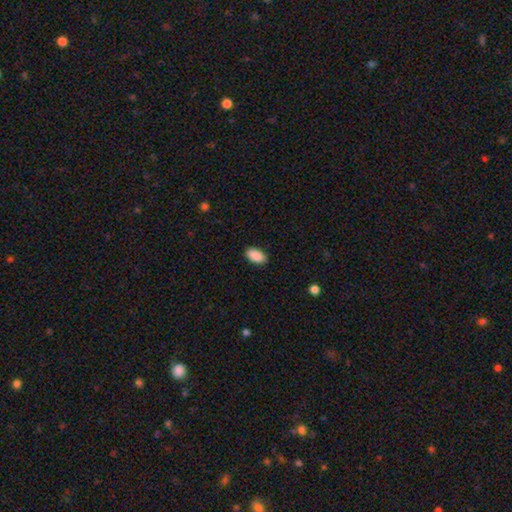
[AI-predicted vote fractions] This is clearly a smooth galaxy (90%). How rounded: clearly in between (94%). Merging: clearly none (88%).